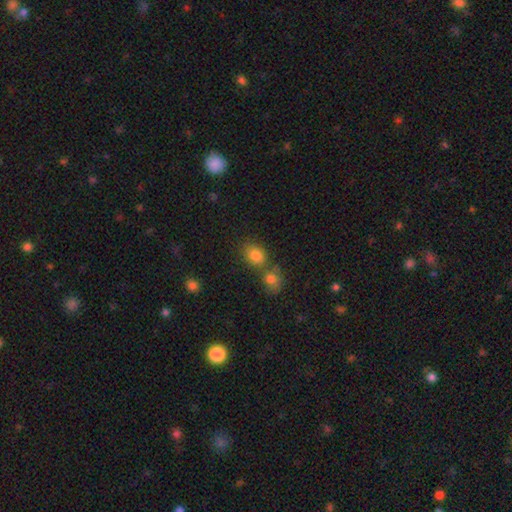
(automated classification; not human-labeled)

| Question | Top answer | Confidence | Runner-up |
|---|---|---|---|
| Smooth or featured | smooth | 82% | star or artifact (11%) |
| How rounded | in between | 63% | round (35%) |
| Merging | none | 48% | merger (38%) |